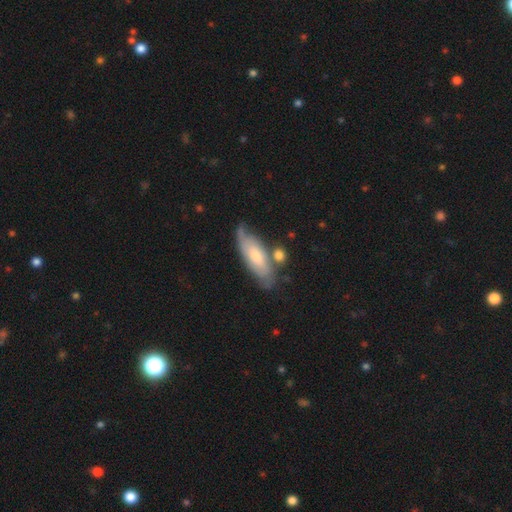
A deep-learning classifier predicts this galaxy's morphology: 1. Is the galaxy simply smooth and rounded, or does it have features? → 49% smooth, 45% featured or disk, 6% star or artifact.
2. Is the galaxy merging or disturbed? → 59% none, 22% minor disturbance, 12% merger, 7% major disturbance.